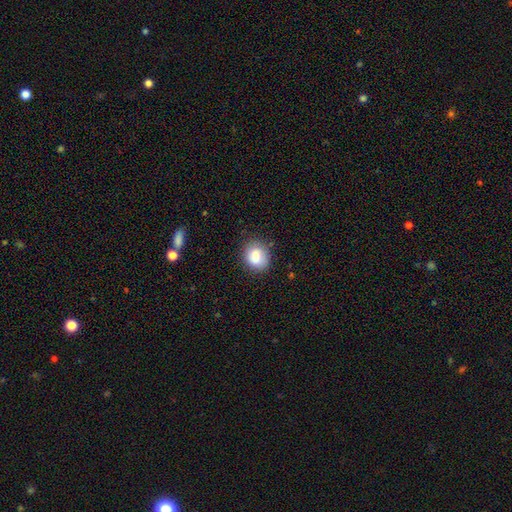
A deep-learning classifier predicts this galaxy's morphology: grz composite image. It shows a smooth galaxy with no disk features (81%) that is round (58%). Merging: none (78%).